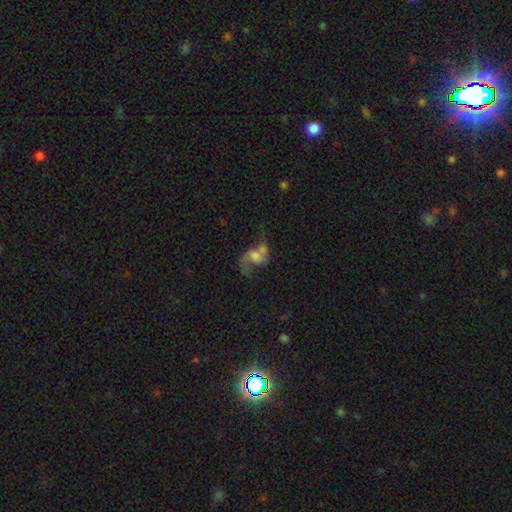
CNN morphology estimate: This is possibly a featured or disk galaxy (58%). It is clearly not viewed edge-on (97%). Bar: likely no (67%). Spiral arm pattern: likely yes (78%). Central bulge: marginally moderate (39%). Merging: marginally merger (30%).